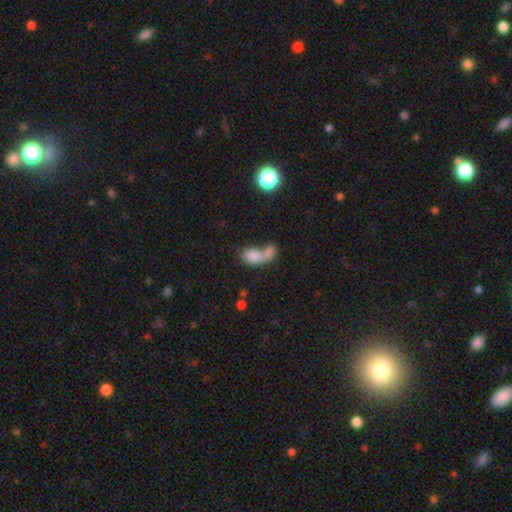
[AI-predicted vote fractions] This appears to be a smooth galaxy with no disk features (77%) that is in between round and cigar-shaped (82%). Merging: merger (67%).